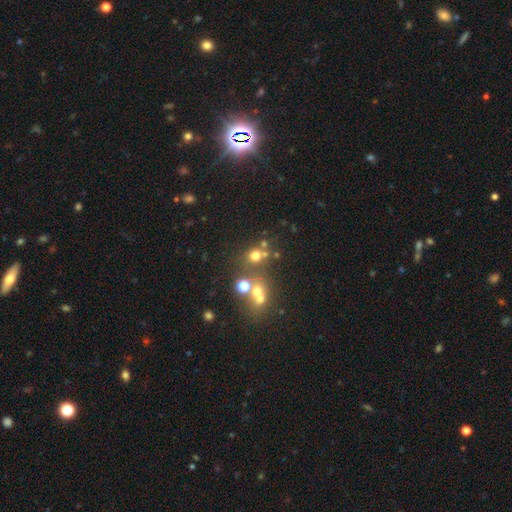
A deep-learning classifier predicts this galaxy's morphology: Smooth or featured? smooth (63%)
How rounded? round (81%)
Merging? none (60%)